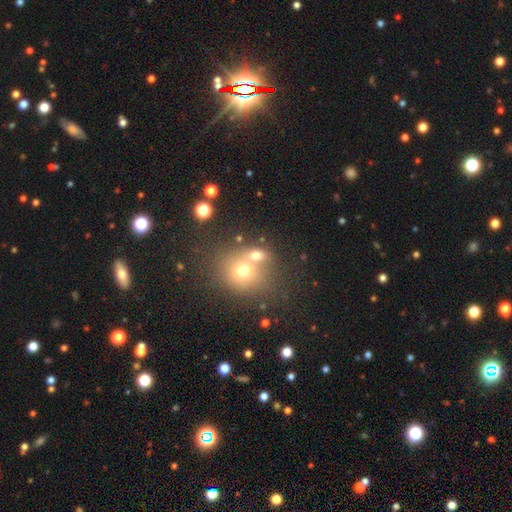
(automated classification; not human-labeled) Smooth or featured: smooth — 67% (featured or disk — 17%)
How rounded: round — 67% (in between — 32%)
Merging: merger — 50% (none — 36%)